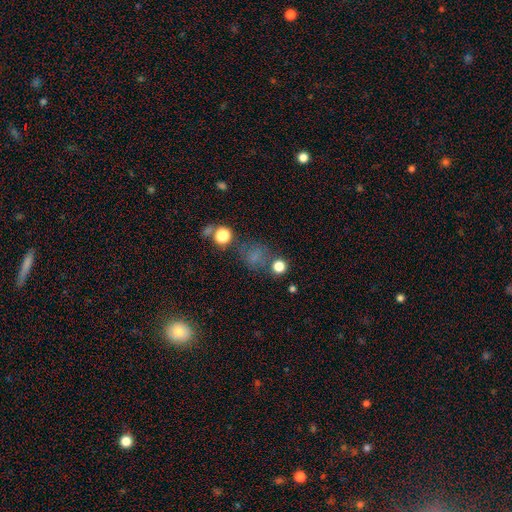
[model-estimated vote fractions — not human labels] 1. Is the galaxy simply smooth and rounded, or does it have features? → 57% smooth, 30% star or artifact, 13% featured or disk.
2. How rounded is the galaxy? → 70% round, 29% in between, 1% cigar-shaped.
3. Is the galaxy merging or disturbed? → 63% none, 16% minor disturbance, 10% major disturbance, 10% merger.